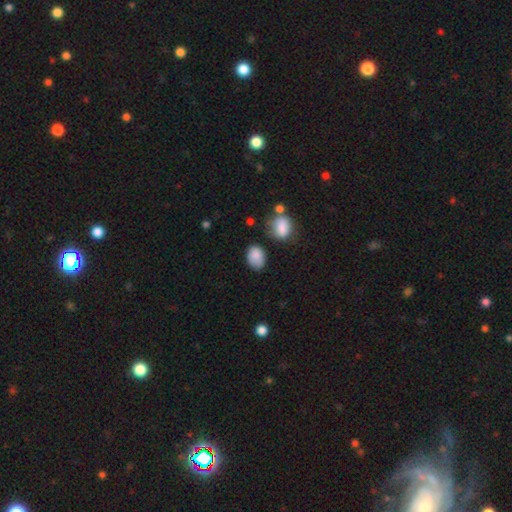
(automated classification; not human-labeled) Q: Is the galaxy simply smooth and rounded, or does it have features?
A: smooth — 85%.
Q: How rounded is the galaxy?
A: in between — 75%.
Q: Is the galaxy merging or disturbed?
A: none — 62%.